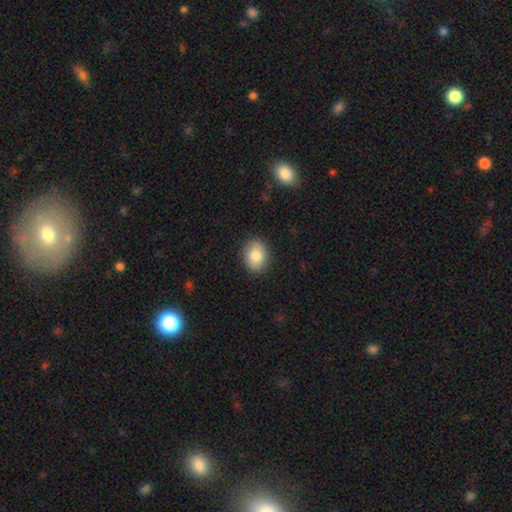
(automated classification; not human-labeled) Smooth or featured?
  - smooth: 83% *
  - featured or disk: 10%
  - star or artifact: 8%
How rounded?
  - in between: 55% *
  - round: 44%
  - cigar-shaped: 1%
Merging?
  - none: 88% *
  - minor disturbance: 9%
  - major disturbance: 2%
  - merger: 1%